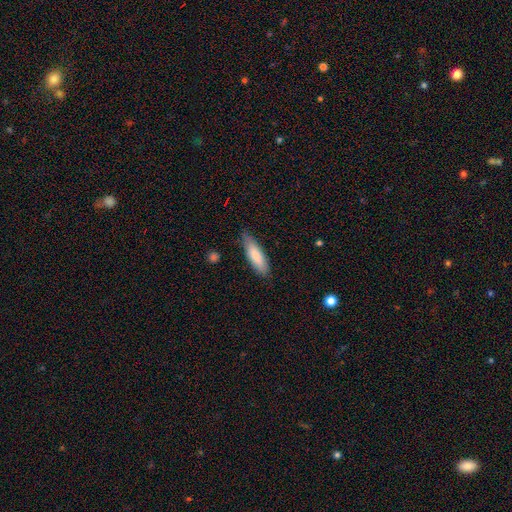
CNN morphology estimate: Q: Smooth or featured?
A: smooth (79%); runner-up: featured or disk (16%)
Q: How rounded?
A: cigar-shaped (55%); runner-up: in between (43%)
Q: Merging?
A: none (82%); runner-up: minor disturbance (15%)